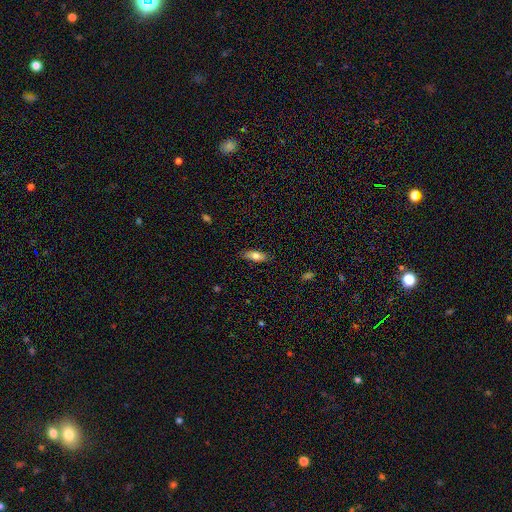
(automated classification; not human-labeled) A smooth galaxy with no disk features (76%) that is in between round and cigar-shaped (72%). Merging: none (82%).